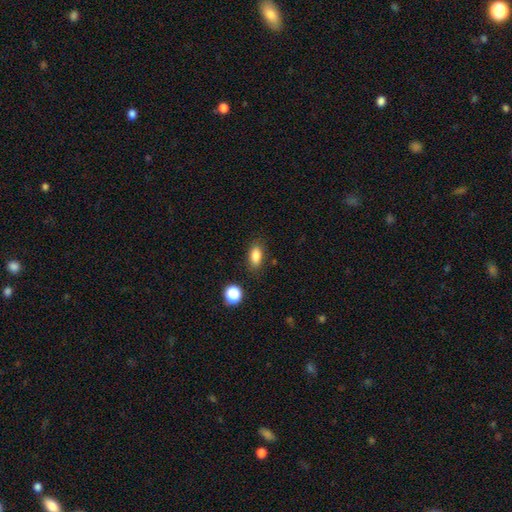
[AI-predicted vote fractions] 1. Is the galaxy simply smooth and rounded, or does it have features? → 84% smooth, 10% star or artifact, 6% featured or disk.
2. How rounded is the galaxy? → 85% in between, 8% round, 7% cigar-shaped.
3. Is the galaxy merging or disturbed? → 83% none, 12% minor disturbance, 3% major disturbance, 3% merger.